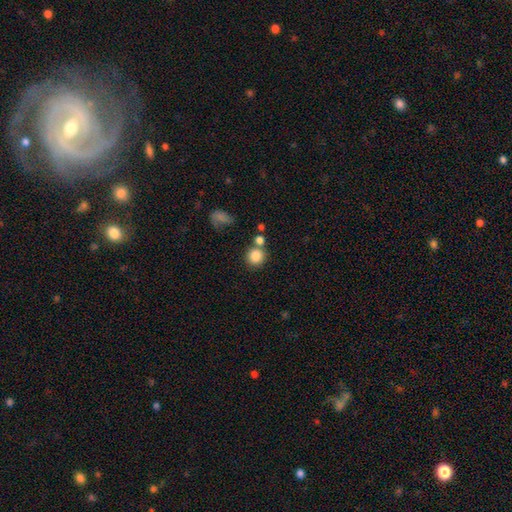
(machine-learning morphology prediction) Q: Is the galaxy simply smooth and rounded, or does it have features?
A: smooth — 84%.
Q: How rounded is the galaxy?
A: round — 90%.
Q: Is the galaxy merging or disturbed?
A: none — 67%.